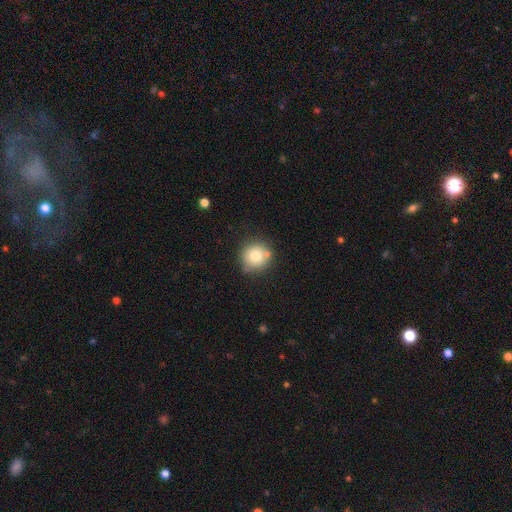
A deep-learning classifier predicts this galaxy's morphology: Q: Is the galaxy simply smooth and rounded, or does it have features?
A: smooth — 76%.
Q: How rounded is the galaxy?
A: round — 93%.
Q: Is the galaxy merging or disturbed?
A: none — 76%.